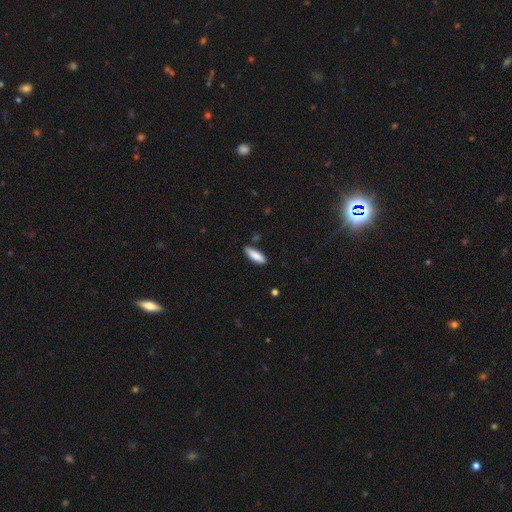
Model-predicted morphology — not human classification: type=smooth (85%); roundness=in between (56%); merging=none (80%).